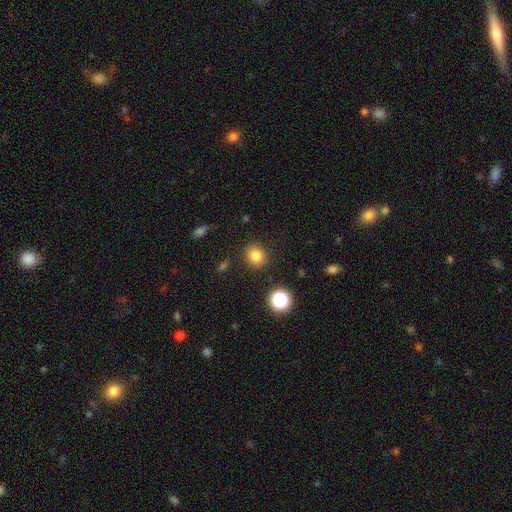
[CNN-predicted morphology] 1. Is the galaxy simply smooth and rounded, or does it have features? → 81% smooth, 13% star or artifact, 6% featured or disk.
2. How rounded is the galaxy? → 81% round, 18% in between, 1% cigar-shaped.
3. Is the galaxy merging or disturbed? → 88% none, 8% minor disturbance, 3% major disturbance, 2% merger.